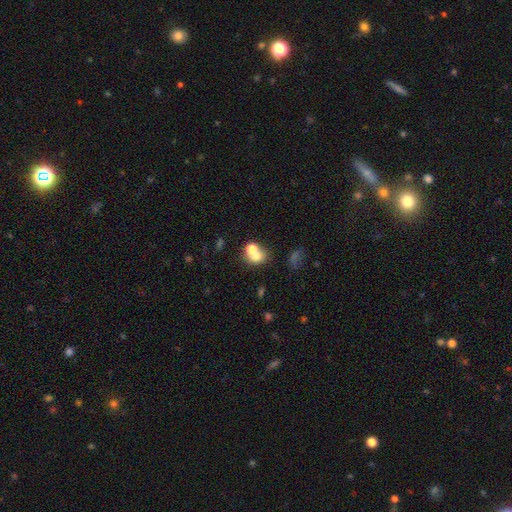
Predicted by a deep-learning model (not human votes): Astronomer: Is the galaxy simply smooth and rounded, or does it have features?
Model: smooth — 68%.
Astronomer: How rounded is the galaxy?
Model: round — 63%.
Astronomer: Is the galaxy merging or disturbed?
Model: merger — 52% (runner-up: none, 35%).